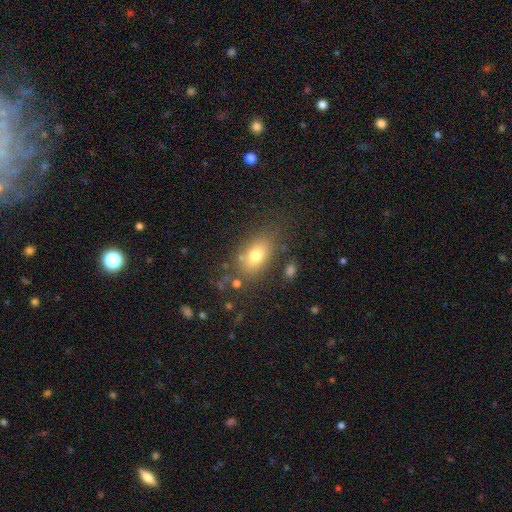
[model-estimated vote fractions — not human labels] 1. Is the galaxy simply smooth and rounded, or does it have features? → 73% smooth, 15% featured or disk, 12% star or artifact.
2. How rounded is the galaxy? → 83% in between, 14% round, 3% cigar-shaped.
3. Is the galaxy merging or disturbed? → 74% none, 15% minor disturbance, 6% major disturbance, 5% merger.